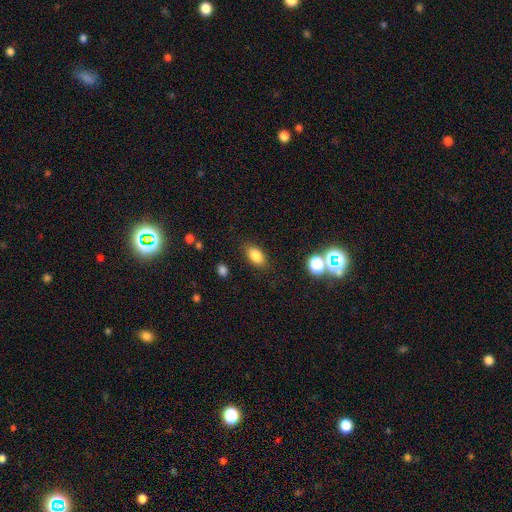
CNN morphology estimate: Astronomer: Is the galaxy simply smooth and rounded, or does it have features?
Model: smooth — 83%.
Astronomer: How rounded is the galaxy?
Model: in between — 86%.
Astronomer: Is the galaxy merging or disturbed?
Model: none — 84%.